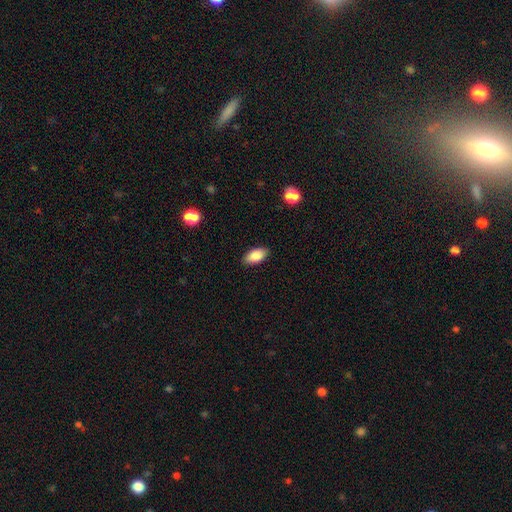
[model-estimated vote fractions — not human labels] Morphology: type=smooth (88%); roundness=in between (93%); merging=none (88%).